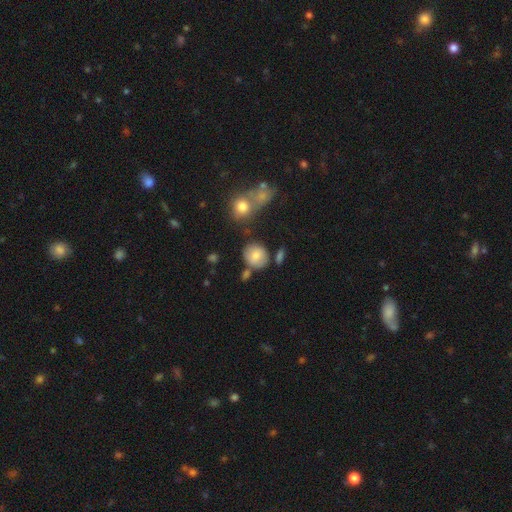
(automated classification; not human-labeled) Smooth or featured? smooth (79%)
How rounded? round (78%)
Merging? none (71%)